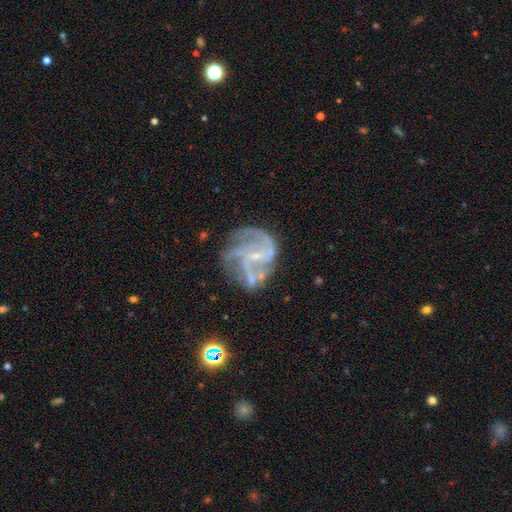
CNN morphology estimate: A featured or disk galaxy (86%) with no bar (44%), 3 (39%) medium (50%) spiral arms (94%) and a small central bulge (75%). Merging: none (51%).